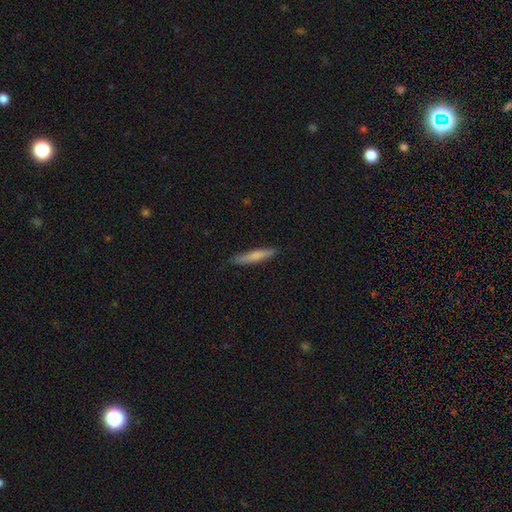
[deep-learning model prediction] The model was most divided on "smooth or featured": smooth: 73%, featured or disk: 21%, star or artifact: 6%. More confident: how rounded — cigar-shaped (91%); merging — none (84%).